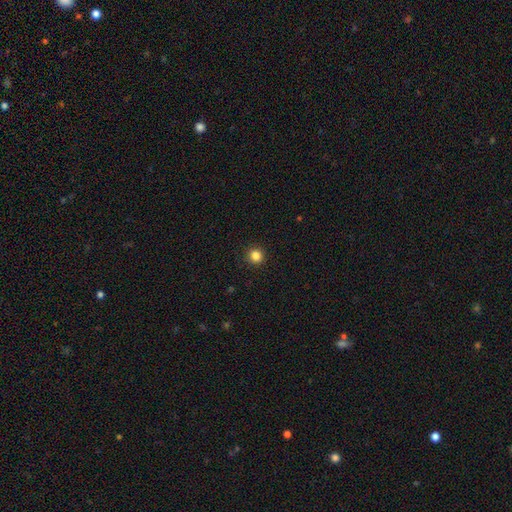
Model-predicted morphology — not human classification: type=smooth (84%); roundness=round (95%); merging=none (93%).